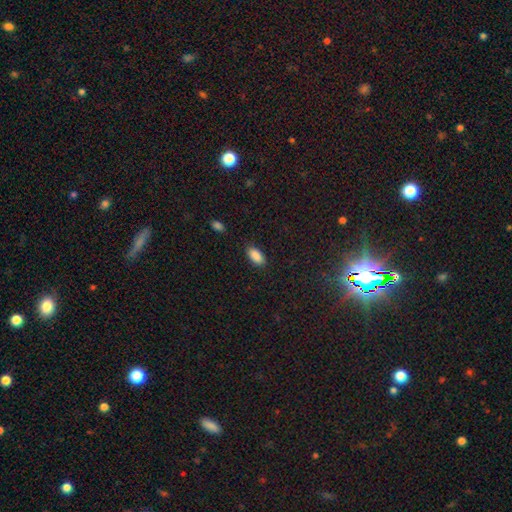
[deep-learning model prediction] Smooth or featured?
  - smooth: 89% *
  - star or artifact: 8%
  - featured or disk: 3%
How rounded?
  - in between: 92% *
  - cigar-shaped: 6%
  - round: 3%
Merging?
  - none: 87% *
  - minor disturbance: 10%
  - major disturbance: 2%
  - merger: 1%